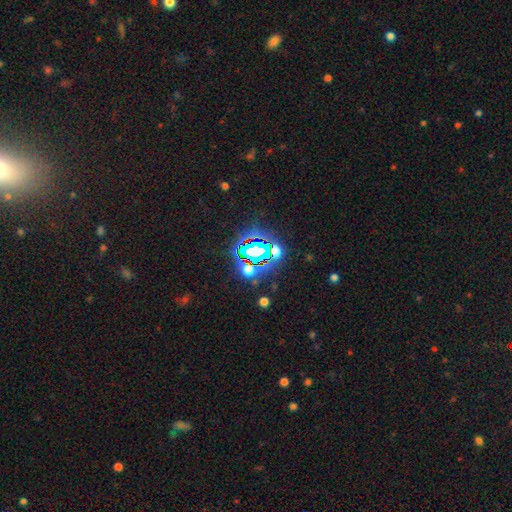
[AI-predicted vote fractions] This appears to be a star or artifact, not a galaxy (75%).